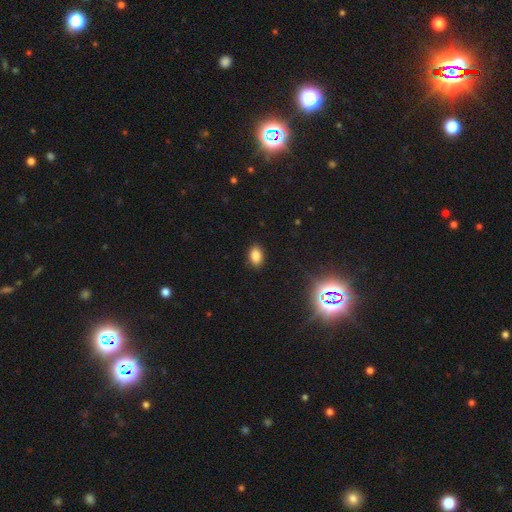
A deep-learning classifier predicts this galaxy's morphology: Smooth or featured: smooth — 84% (star or artifact — 12%)
How rounded: in between — 85% (round — 13%)
Merging: none — 88% (minor disturbance — 9%)